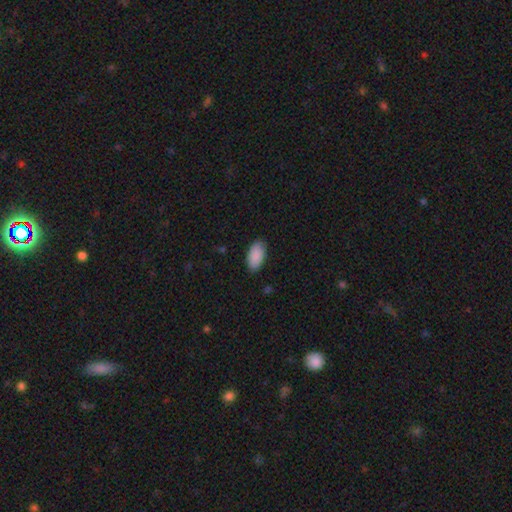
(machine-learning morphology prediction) Q: Smooth or featured?
A: smooth (90%); runner-up: star or artifact (6%)
Q: How rounded?
A: in between (95%); runner-up: cigar-shaped (3%)
Q: Merging?
A: none (87%); runner-up: minor disturbance (10%)